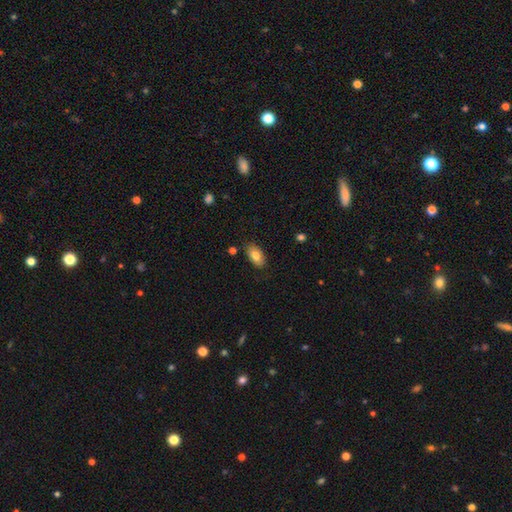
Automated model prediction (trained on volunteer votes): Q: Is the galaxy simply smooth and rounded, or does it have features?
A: smooth — 81%.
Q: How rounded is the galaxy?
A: in between — 93%.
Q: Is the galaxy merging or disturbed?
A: none — 83%.